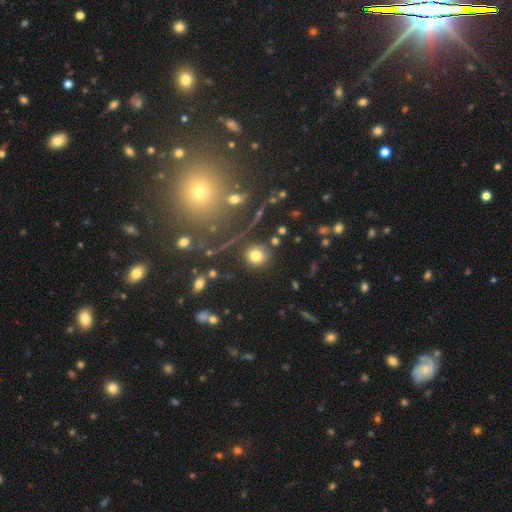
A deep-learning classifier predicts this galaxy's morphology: Smooth or featured?
  - smooth: 77% *
  - star or artifact: 14%
  - featured or disk: 9%
How rounded?
  - round: 90% *
  - in between: 9%
  - cigar-shaped: 1%
Merging?
  - none: 83% *
  - minor disturbance: 9%
  - merger: 5%
  - major disturbance: 4%